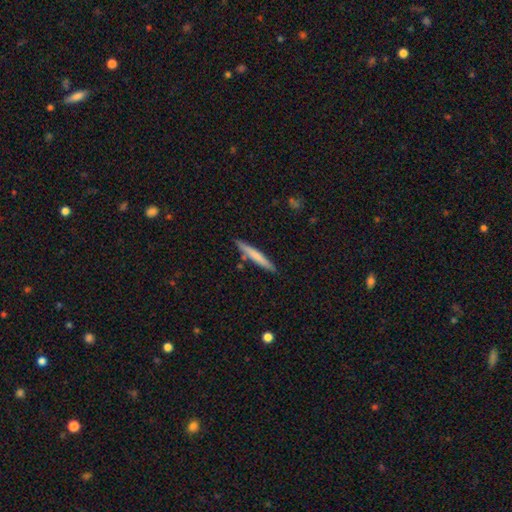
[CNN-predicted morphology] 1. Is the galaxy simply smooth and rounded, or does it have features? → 67% smooth, 27% featured or disk, 5% star or artifact.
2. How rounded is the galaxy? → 95% cigar-shaped, 3% in between, 1% round.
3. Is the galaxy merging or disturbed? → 85% none, 9% minor disturbance, 4% merger, 2% major disturbance.